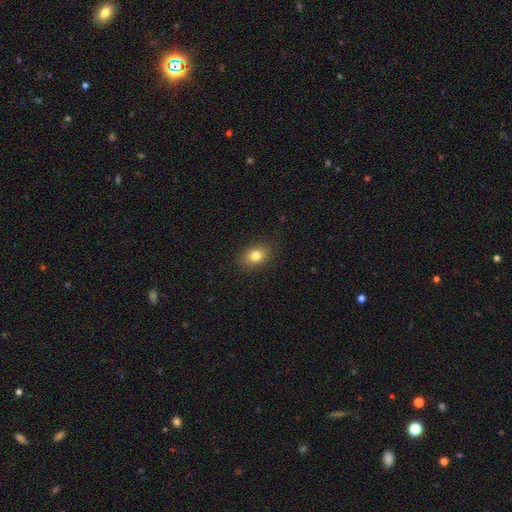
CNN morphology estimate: This appears to be a smooth galaxy with no disk features (81%) that is in between round and cigar-shaped (69%). Merging: none (88%).